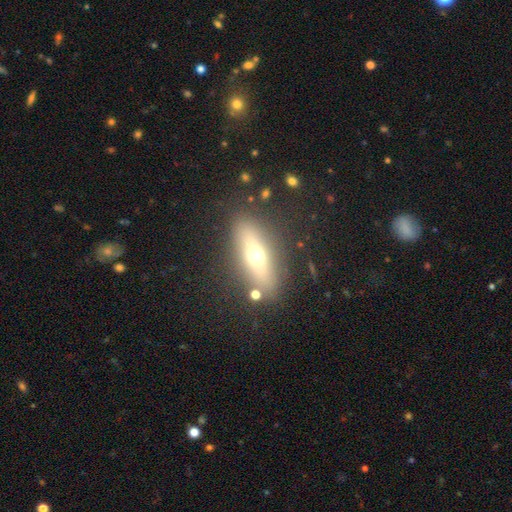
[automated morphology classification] Overall: smooth (47%; featured or disk 44%). Merging: none (82%).